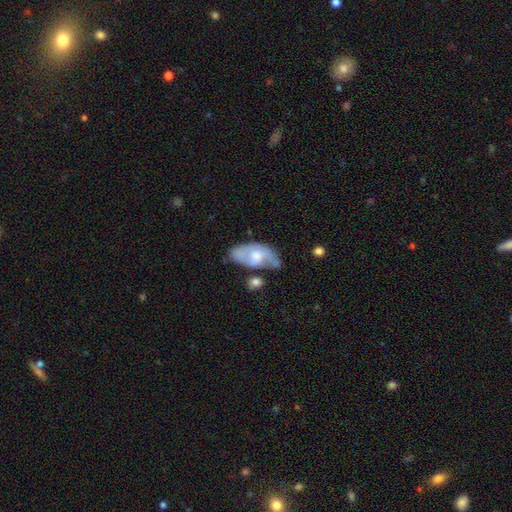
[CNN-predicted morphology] smooth-or-featured: featured or disk: 56% | smooth: 39% | star or artifact: 6%
  disk-edge-on: no: 90% | yes: 10%
    bar: no: 72% | weak: 23% | strong: 4%
    has-spiral-arms: yes: 59% | no: 41%
    bulge-size: moderate: 62% | small: 17% | large: 16% | none: 4% | dominant: 2%
  merging: none: 40% | minor disturbance: 31% | major disturbance: 16% | merger: 13%